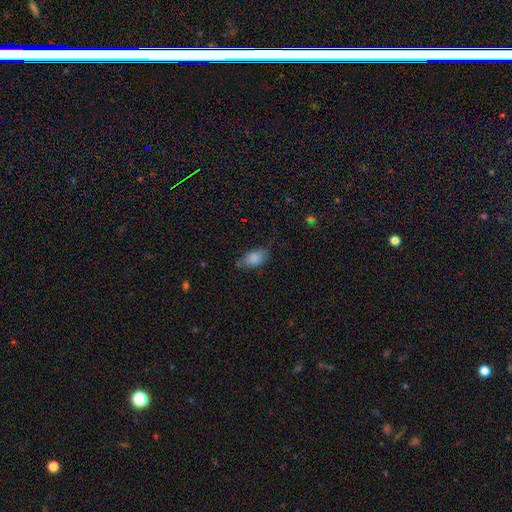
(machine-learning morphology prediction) Smooth or featured? smooth (79%)
How rounded? in between (88%)
Merging? none (69%)